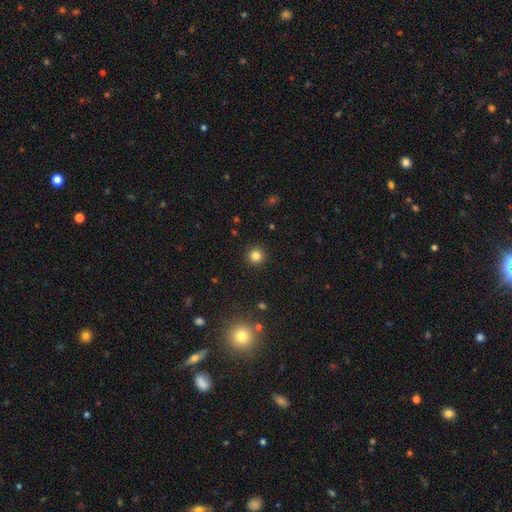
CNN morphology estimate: Q: Smooth or featured?
A: smooth (82%); runner-up: star or artifact (13%)
Q: How rounded?
A: round (95%); runner-up: in between (4%)
Q: Merging?
A: none (92%); runner-up: minor disturbance (5%)